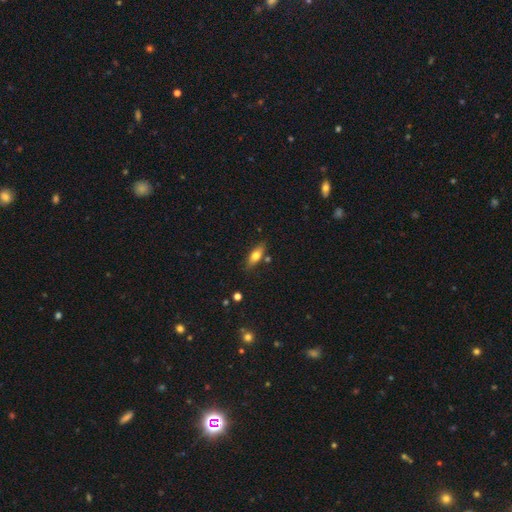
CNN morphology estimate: The model was most divided on "how rounded": in between: 70%, cigar-shaped: 26%, round: 3%. More confident: merging — none (78%); smooth or featured — smooth (69%).